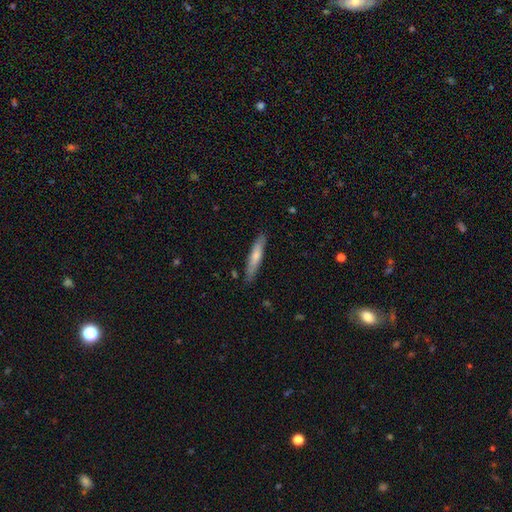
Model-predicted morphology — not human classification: A smooth galaxy with no disk features (67%) that is cigar-shaped (88%). Merging: none (85%).